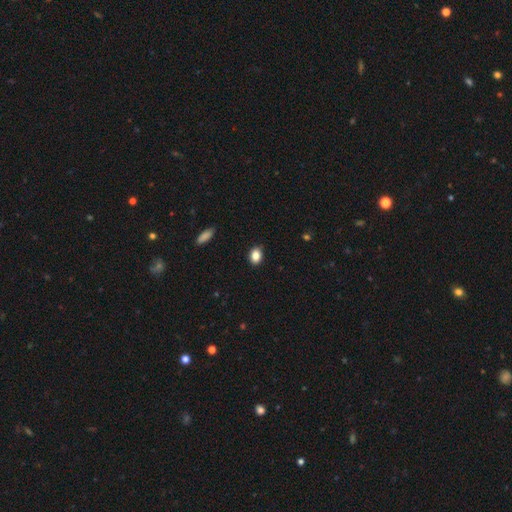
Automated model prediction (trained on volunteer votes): Smooth or featured? smooth (85%)
How rounded? in between (68%)
Merging? none (88%)